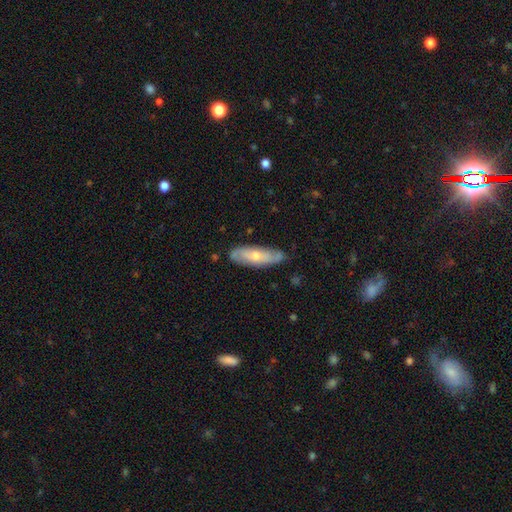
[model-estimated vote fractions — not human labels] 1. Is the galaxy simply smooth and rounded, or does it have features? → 56% featured or disk, 38% smooth, 6% star or artifact.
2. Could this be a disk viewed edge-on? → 71% no, 29% yes.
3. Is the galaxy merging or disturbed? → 78% none, 17% minor disturbance, 3% major disturbance, 2% merger.